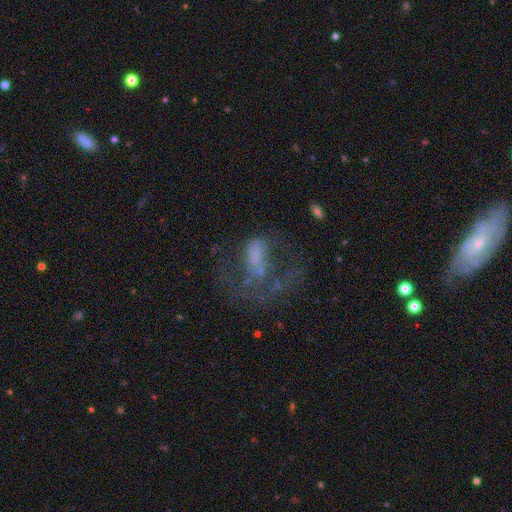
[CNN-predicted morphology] This is possibly a featured or disk galaxy (48%). Merging: possibly major disturbance (56%).